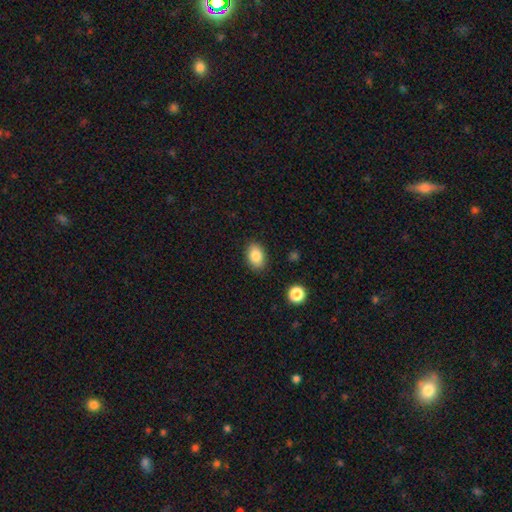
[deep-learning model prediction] smooth 84%, star or artifact 8%, featured or disk 7%. Down the decision tree: how rounded — in between (83%); merging — none (87%).